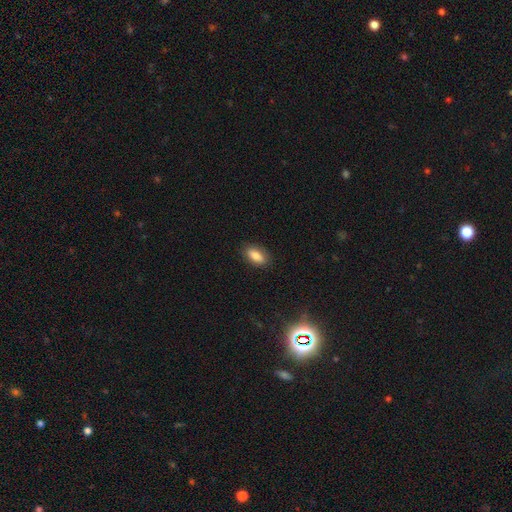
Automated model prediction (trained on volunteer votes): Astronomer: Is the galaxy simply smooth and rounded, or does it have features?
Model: smooth — 83%.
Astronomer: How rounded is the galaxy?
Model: in between — 87%.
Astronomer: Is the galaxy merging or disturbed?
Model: none — 86%.